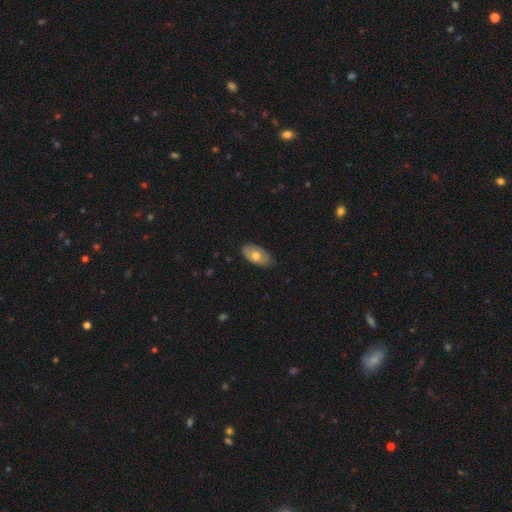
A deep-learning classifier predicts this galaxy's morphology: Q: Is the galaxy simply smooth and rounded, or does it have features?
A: smooth — 61%.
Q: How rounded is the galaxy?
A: in between — 93%.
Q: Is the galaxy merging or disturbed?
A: none — 79%.